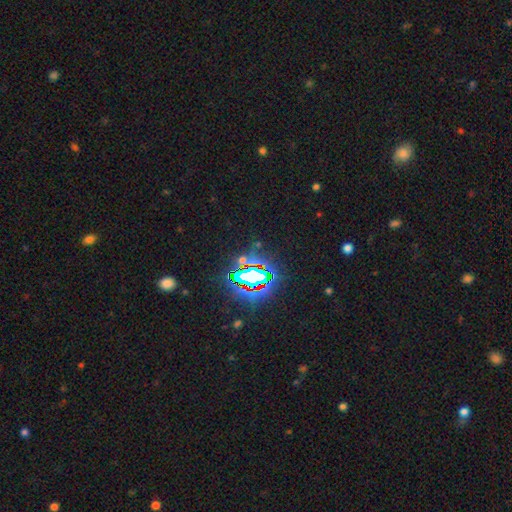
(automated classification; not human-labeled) Smooth or featured: star or artifact — 84% (smooth — 9%)